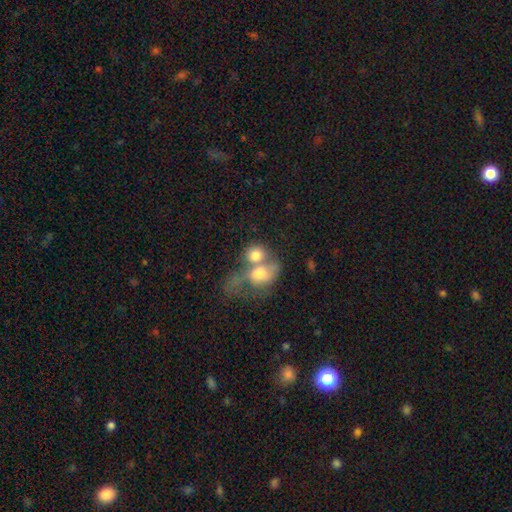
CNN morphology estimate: A smooth galaxy with no disk features (70%) that is round (55%). Merging: merger (71%).